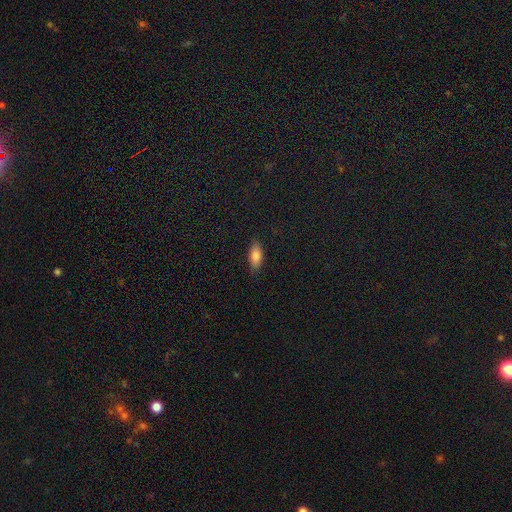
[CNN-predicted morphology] type=smooth (83%); roundness=in between (82%); merging=none (85%).